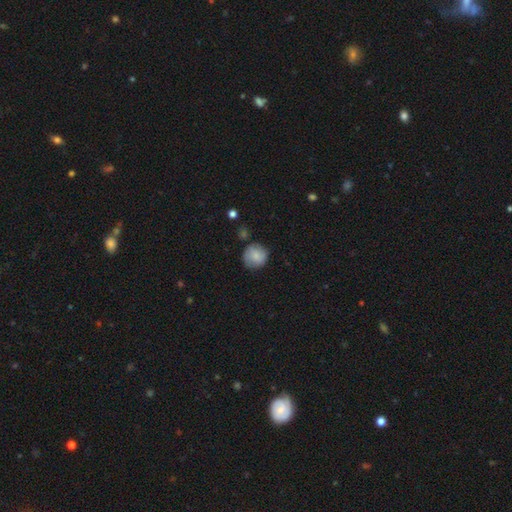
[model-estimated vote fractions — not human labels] A smooth galaxy with no disk features (82%) that is round (90%). Merging: none (74%).